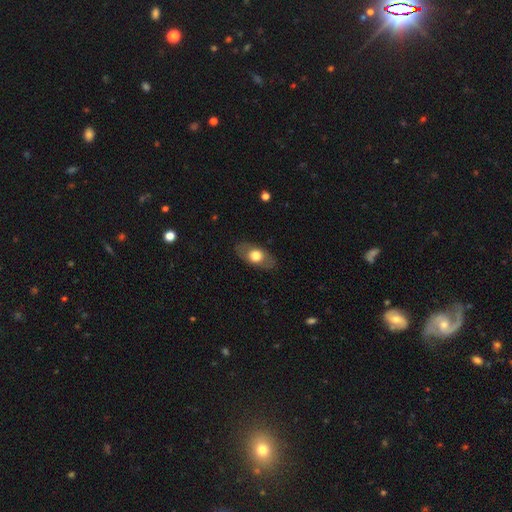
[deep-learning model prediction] This is likely a smooth galaxy (60%). How rounded: clearly in between (86%). Merging: clearly none (84%).